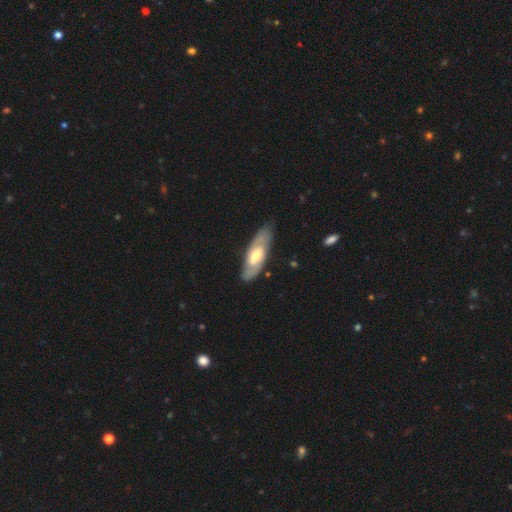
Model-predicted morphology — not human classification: Smooth or featured? Predicted: featured or disk (p=0.65). Edge-on disk? Predicted: no (p=0.79). Bar? Predicted: weak (p=0.44). Spiral arms? Predicted: yes (p=0.71). Bulge size? Predicted: moderate (p=0.62). Merging? Predicted: none (p=0.79).